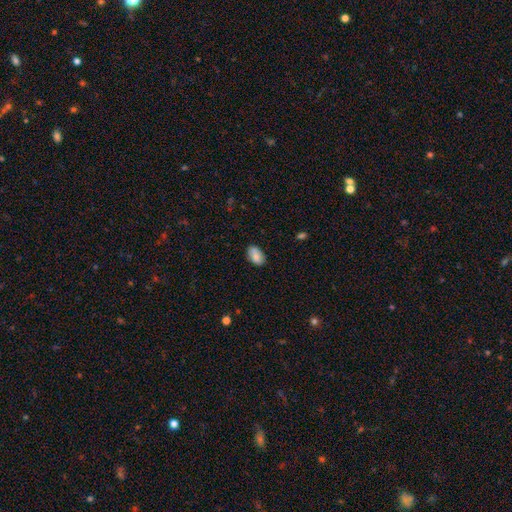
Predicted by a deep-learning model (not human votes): smooth 83%, featured or disk 9%, star or artifact 7%. Down the decision tree: how rounded — in between (91%); merging — none (80%).